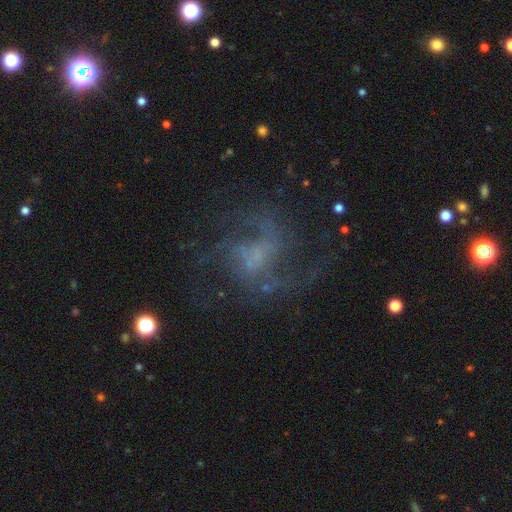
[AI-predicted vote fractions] smooth-or-featured: featured or disk: 76% | star or artifact: 13% | smooth: 10%
  disk-edge-on: no: 98% | yes: 2%
    bar: no: 53% | weak: 37% | strong: 9%
    has-spiral-arms: yes: 86% | no: 14%
      spiral-winding: medium: 46% | loose: 39% | tight: 14%
      spiral-arm-count: 2: 34% | can't tell: 24% | 3: 22% | 4: 7% | 1: 7% | more than 4: 6%
    bulge-size: none: 44% | small: 35% | moderate: 16% | large: 4% | dominant: 1%
  merging: none: 58% | major disturbance: 24% | minor disturbance: 15% | merger: 3%